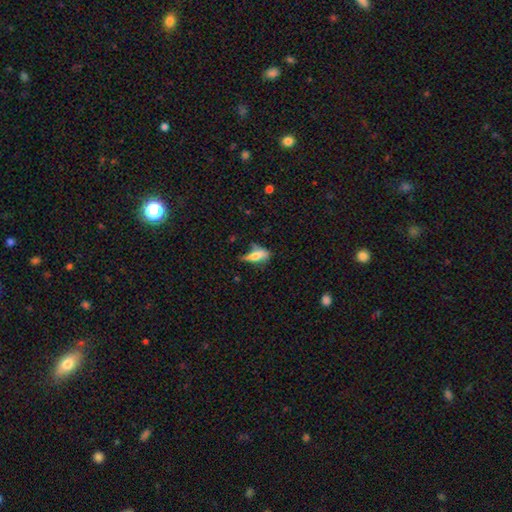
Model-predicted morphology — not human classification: smooth-or-featured: smooth: 62% | featured or disk: 30% | star or artifact: 9%
  how-rounded: in between: 57% | cigar-shaped: 39% | round: 4%
  merging: none: 38% | minor disturbance: 32% | major disturbance: 21% | merger: 9%